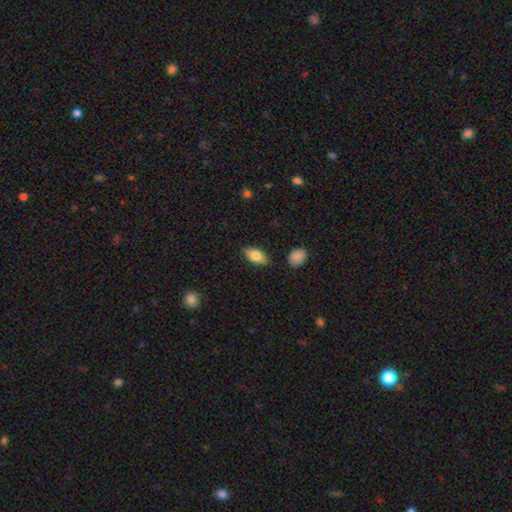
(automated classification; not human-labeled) Morphology: type=smooth (79%); roundness=in between (90%); merging=none (82%).